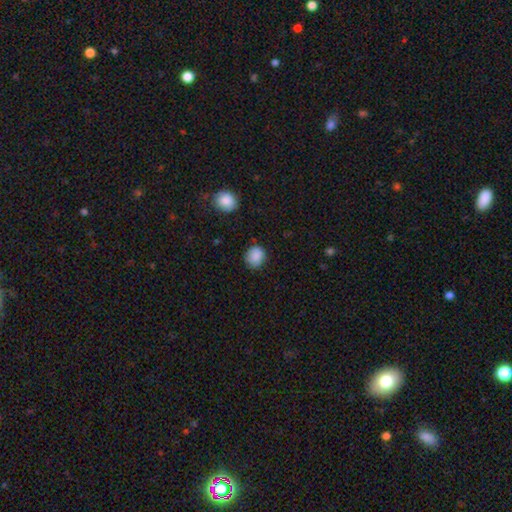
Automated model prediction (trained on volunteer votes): A smooth galaxy with no disk features (87%) that is round (72%).

Vote fractions:
- Smooth or featured? smooth: 87% / star or artifact: 8% / featured or disk: 5%
- How rounded? round: 72% / in between: 27% / cigar-shaped: 1%
- Merging? none: 76% / minor disturbance: 19% / major disturbance: 4% / merger: 2%